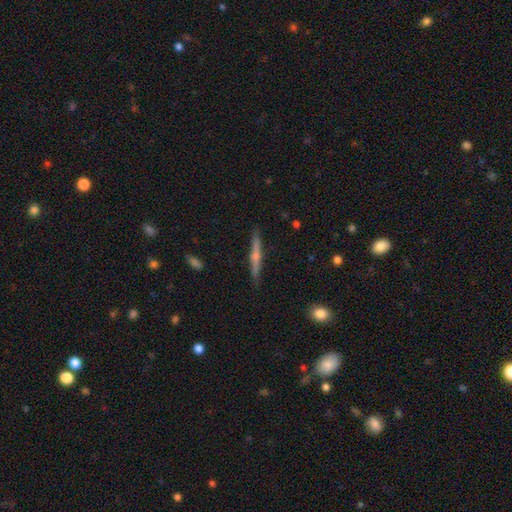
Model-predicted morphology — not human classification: featured or disk 67%, smooth 27%, star or artifact 6%. Down the decision tree: edge-on disk — yes (98%); edge-on bulge — rounded (79%); merging — none (89%).